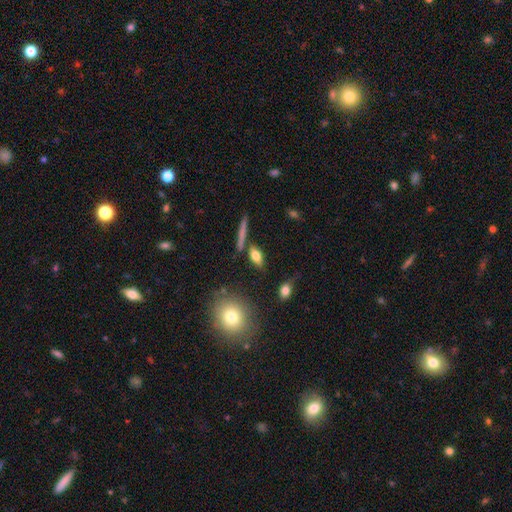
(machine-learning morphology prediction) smooth-or-featured: smooth: 69% | featured or disk: 21% | star or artifact: 9%
  how-rounded: in between: 66% | cigar-shaped: 25% | round: 9%
  merging: none: 72% | minor disturbance: 13% | merger: 11% | major disturbance: 5%